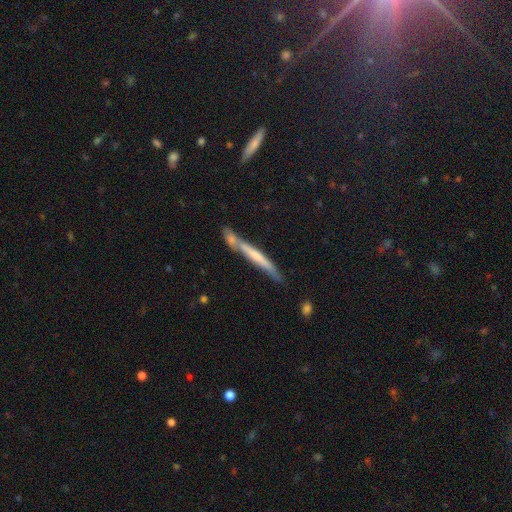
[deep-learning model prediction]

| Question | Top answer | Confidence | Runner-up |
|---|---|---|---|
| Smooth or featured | featured or disk | 48% | smooth (46%) |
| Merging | none | 54% | merger (28%) |